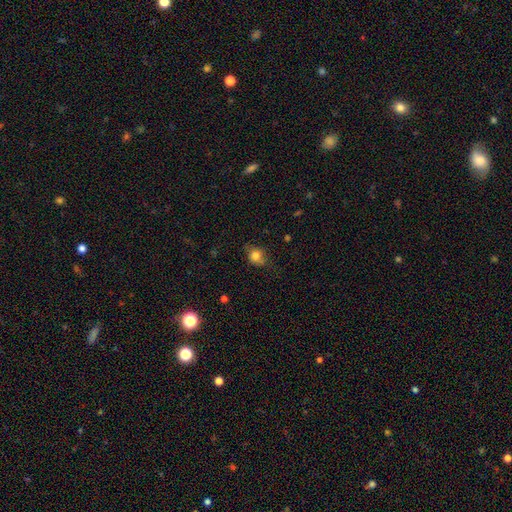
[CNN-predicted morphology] smooth_or_featured: smooth (p=0.77) [alt: featured or disk p=0.12]
how_rounded: round (p=0.63) [alt: in between p=0.36]
merging: none (p=0.62) [alt: minor disturbance p=0.27]